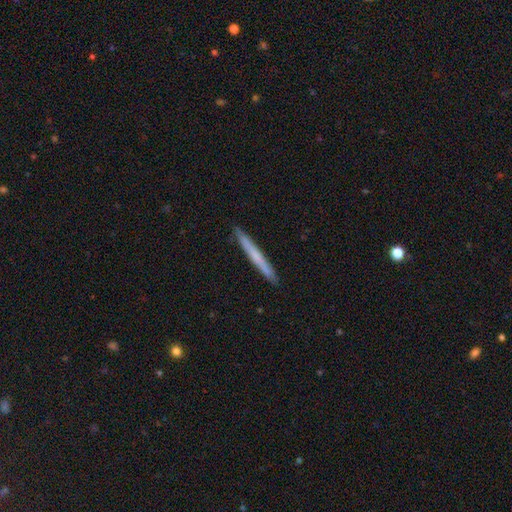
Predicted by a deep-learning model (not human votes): smooth-or-featured: smooth: 58% | featured or disk: 36% | star or artifact: 6%
  how-rounded: cigar-shaped: 97% | in between: 2% | round: 1%
  merging: none: 92% | minor disturbance: 6% | major disturbance: 1% | merger: 1%